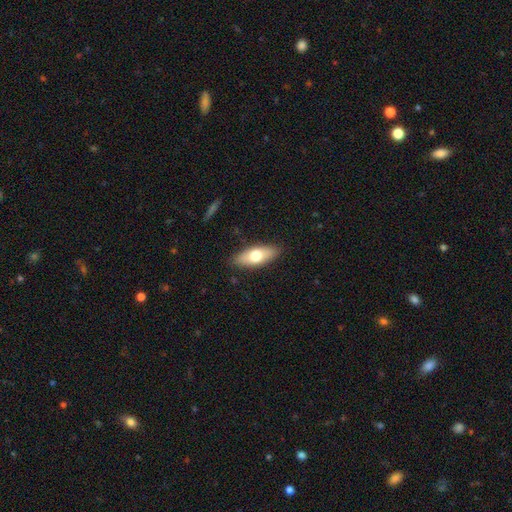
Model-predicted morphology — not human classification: The model was most divided on "smooth or featured": smooth: 66%, featured or disk: 28%, star or artifact: 6%. More confident: merging — none (87%); how rounded — in between (75%).